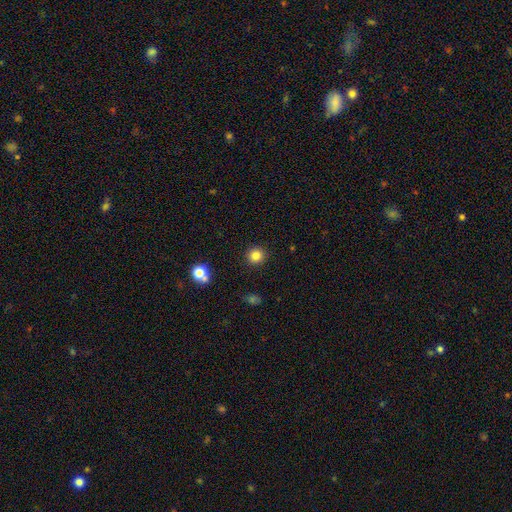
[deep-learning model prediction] Smooth or featured?
  - smooth: 83% *
  - star or artifact: 12%
  - featured or disk: 5%
How rounded?
  - round: 94% *
  - in between: 5%
  - cigar-shaped: 1%
Merging?
  - none: 91% *
  - minor disturbance: 5%
  - major disturbance: 2%
  - merger: 2%